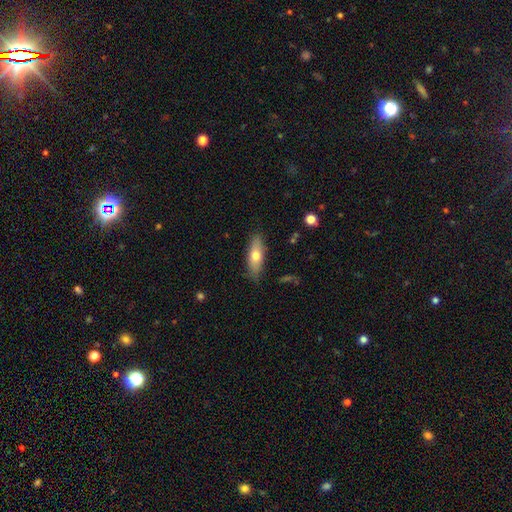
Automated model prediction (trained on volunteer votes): A smooth galaxy with no disk features (67%) that is in between round and cigar-shaped (62%).

Vote fractions:
- Smooth or featured? smooth: 67% / featured or disk: 26% / star or artifact: 6%
- How rounded? in between: 62% / cigar-shaped: 35% / round: 3%
- Merging? none: 83% / minor disturbance: 13% / major disturbance: 2% / merger: 1%